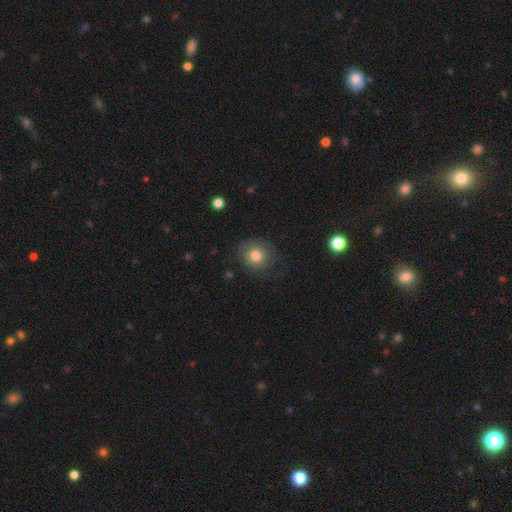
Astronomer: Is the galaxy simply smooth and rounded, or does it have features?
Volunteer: smooth — 82%.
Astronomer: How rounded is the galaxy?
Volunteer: round — 97%.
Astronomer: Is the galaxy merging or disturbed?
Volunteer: none — 72%.